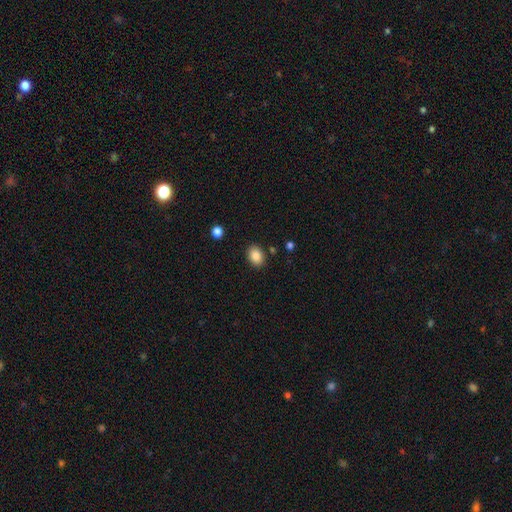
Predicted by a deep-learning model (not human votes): This is clearly a smooth galaxy (87%). How rounded: likely in between (74%). Merging: clearly none (87%).